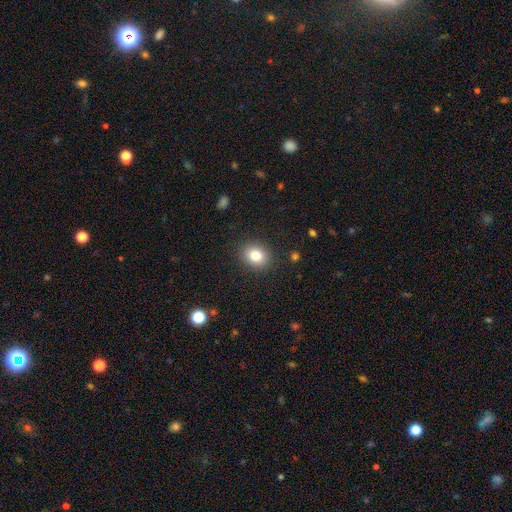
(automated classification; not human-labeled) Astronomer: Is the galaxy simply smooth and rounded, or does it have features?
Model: smooth — 81%.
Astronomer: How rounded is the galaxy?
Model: round — 60% (runner-up: in between, 40%).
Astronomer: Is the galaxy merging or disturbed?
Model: none — 89%.